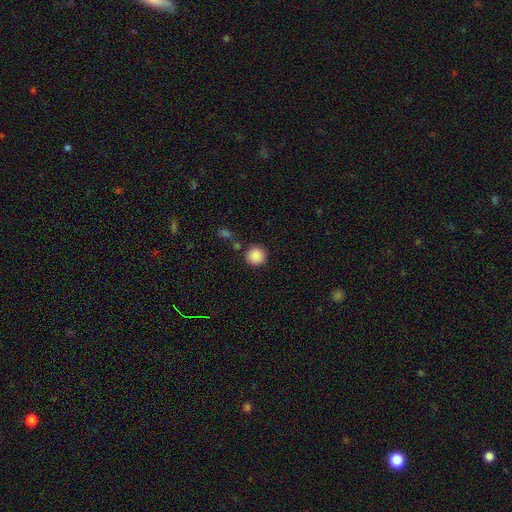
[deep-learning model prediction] Smooth or featured: smooth — 88% (star or artifact — 9%)
How rounded: round — 95% (in between — 4%)
Merging: none — 87% (minor disturbance — 7%)